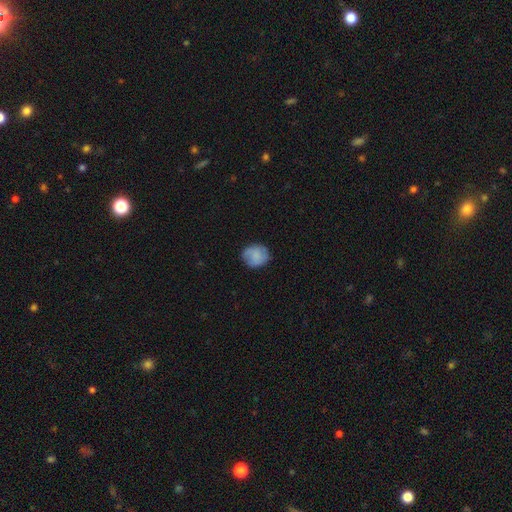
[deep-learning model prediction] A smooth galaxy with no disk features (73%) that is round (75%). Merging: none (77%).